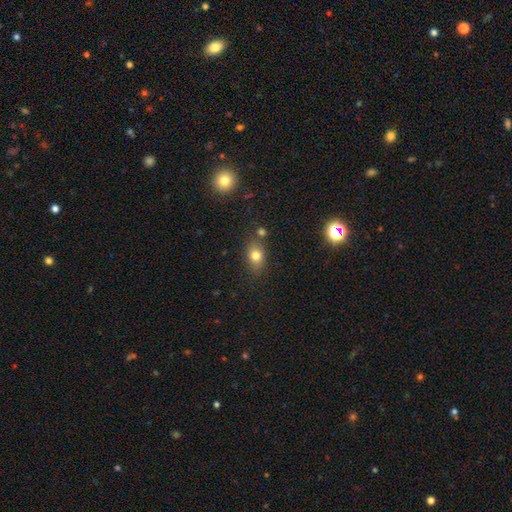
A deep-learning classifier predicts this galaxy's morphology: Q: Smooth or featured?
A: smooth (78%); runner-up: star or artifact (11%)
Q: How rounded?
A: in between (69%); runner-up: round (28%)
Q: Merging?
A: none (74%); runner-up: minor disturbance (15%)